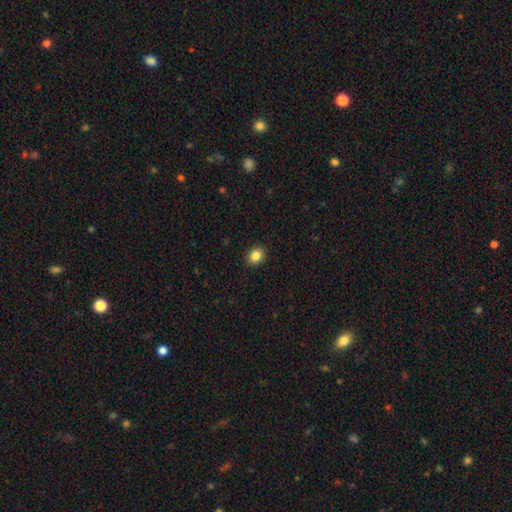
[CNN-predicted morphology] smooth 85%, star or artifact 10%, featured or disk 5%. Down the decision tree: how rounded — round (53%); merging — none (90%).